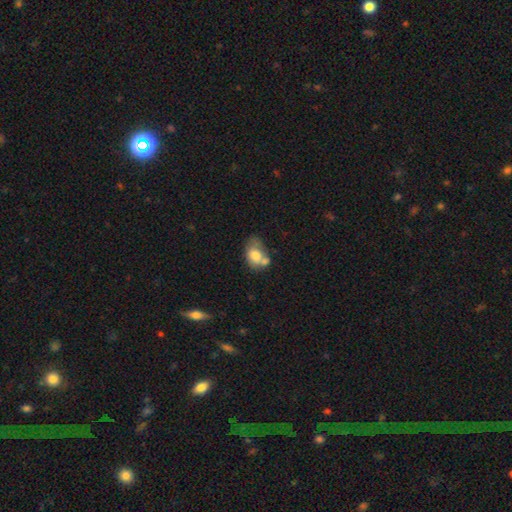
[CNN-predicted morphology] This appears to be a smooth galaxy with no disk features (70%) that is in between round and cigar-shaped (76%). Merging: merger (39%).